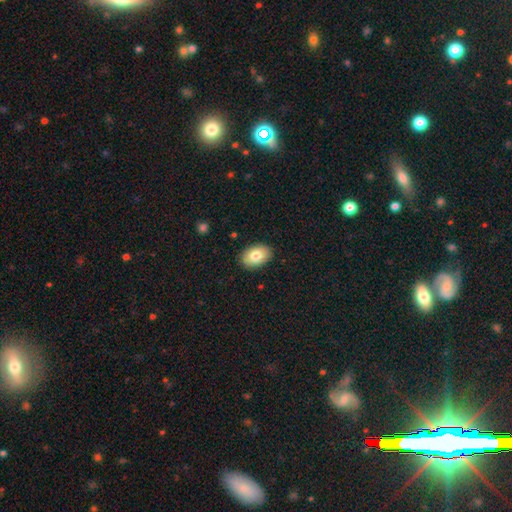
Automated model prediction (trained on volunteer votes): A smooth galaxy with no disk features (80%) that is in between round and cigar-shaped (86%). Merging: none (88%).